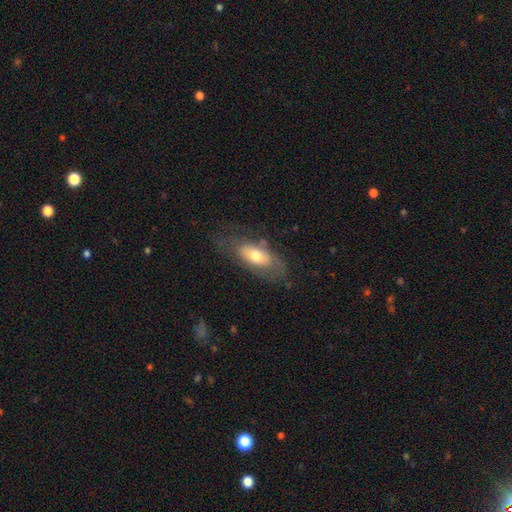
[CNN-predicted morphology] Smooth or featured: smooth — 55% (featured or disk — 39%)
How rounded: in between — 84% (cigar-shaped — 13%)
Merging: none — 63% (minor disturbance — 22%)